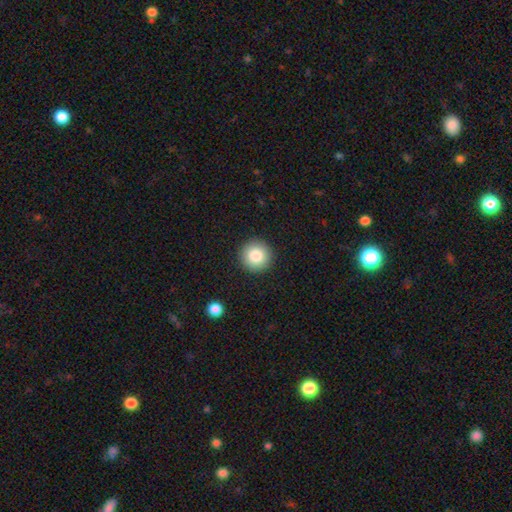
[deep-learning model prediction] A smooth galaxy with no disk features (84%) that is round (96%).

Vote fractions:
- Smooth or featured? smooth: 84% / star or artifact: 9% / featured or disk: 7%
- How rounded? round: 96% / in between: 3% / cigar-shaped: 1%
- Merging? none: 92% / minor disturbance: 5% / major disturbance: 2% / merger: 1%